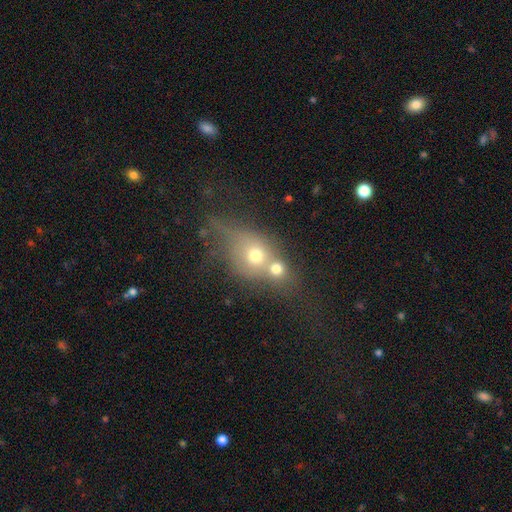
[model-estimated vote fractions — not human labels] This appears to be a smooth galaxy with no disk features (56%) that is round (58%). Merging: merger (63%).